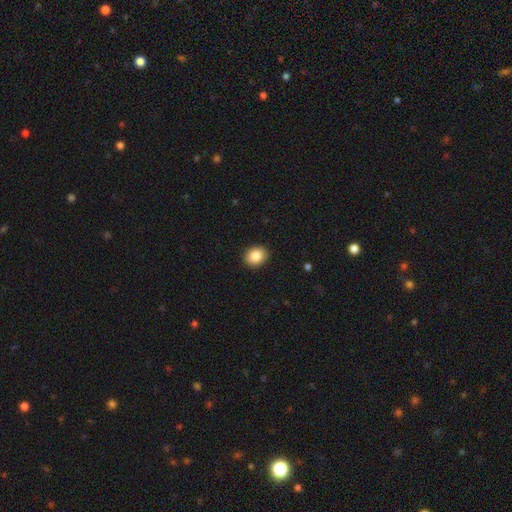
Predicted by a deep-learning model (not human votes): smooth_or_featured: smooth (p=0.86) [alt: star or artifact p=0.08]
how_rounded: round (p=0.53) [alt: in between p=0.46]
merging: none (p=0.91) [alt: minor disturbance p=0.06]